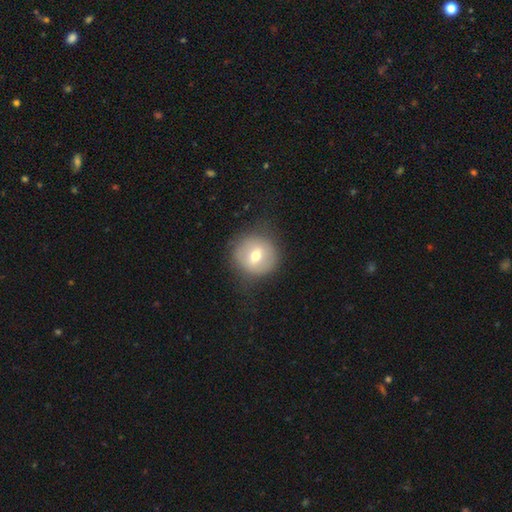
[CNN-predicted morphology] Overall: smooth (60%; featured or disk 30%). How rounded: round (93%). Merging: none (80%).